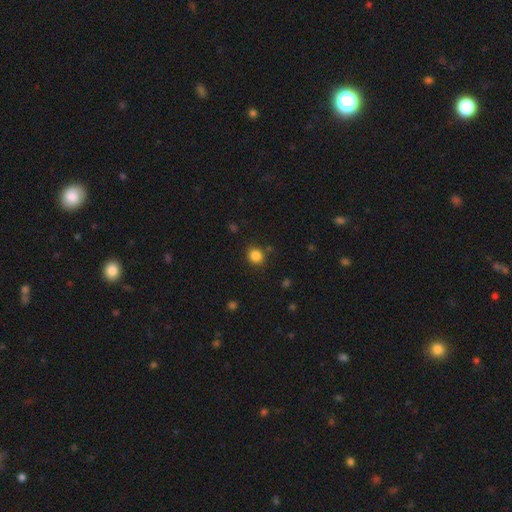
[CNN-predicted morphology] smooth_or_featured: smooth (p=0.85) [alt: star or artifact p=0.11]
how_rounded: round (p=0.79) [alt: in between p=0.20]
merging: none (p=0.86) [alt: minor disturbance p=0.09]